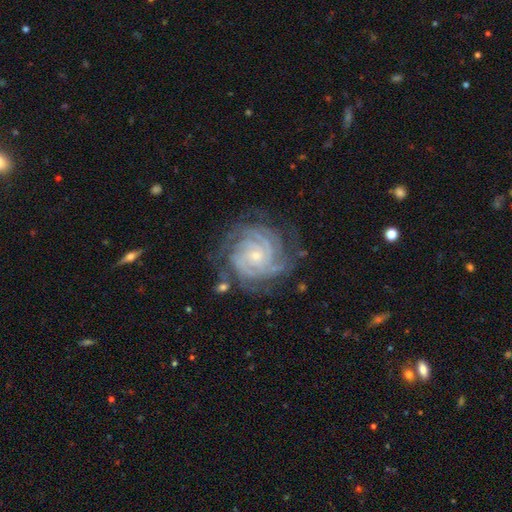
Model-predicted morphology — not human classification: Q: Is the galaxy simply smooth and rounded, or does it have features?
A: featured or disk — 90%.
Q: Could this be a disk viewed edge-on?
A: no — 98%.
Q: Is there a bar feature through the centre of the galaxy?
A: no — 70%.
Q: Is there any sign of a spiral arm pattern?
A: yes — 98%.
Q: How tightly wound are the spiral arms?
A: tight — 82%.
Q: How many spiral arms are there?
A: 4 — 29%.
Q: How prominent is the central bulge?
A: small — 75%.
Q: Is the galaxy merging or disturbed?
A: none — 77%.